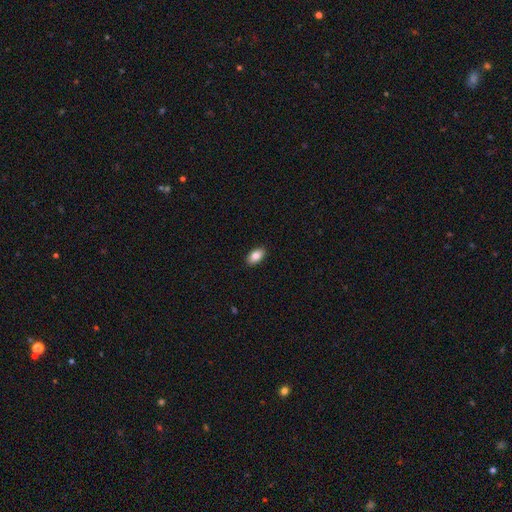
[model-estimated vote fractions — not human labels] smooth-or-featured: smooth: 85% | featured or disk: 8% | star or artifact: 7%
  how-rounded: in between: 93% | round: 5% | cigar-shaped: 2%
  merging: none: 90% | minor disturbance: 7% | major disturbance: 2% | merger: 1%